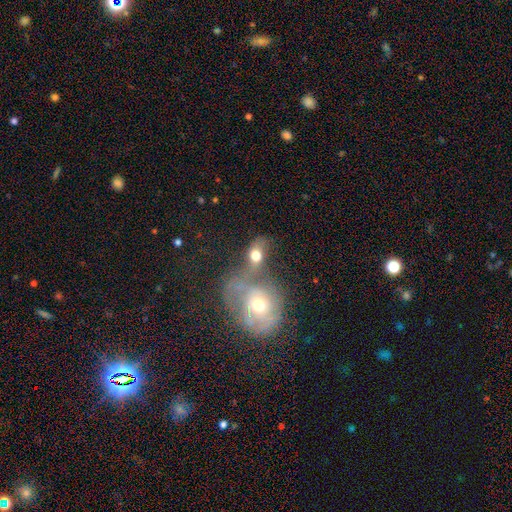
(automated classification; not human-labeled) This is likely a smooth galaxy (61%). How rounded: likely in between (64%). Merging: likely merger (60%).